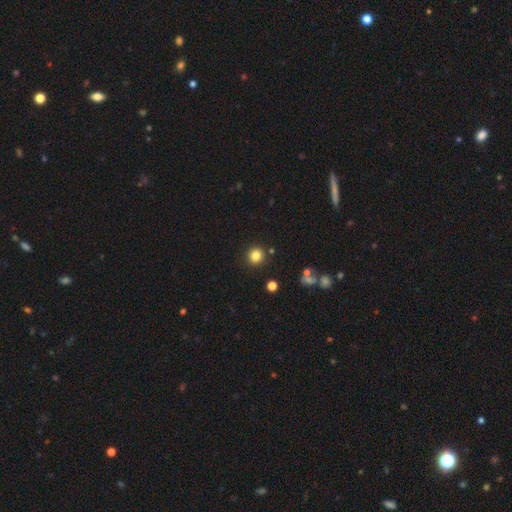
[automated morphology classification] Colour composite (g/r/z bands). It shows a smooth galaxy with no disk features (82%) that is round (93%). Merging: none (90%).